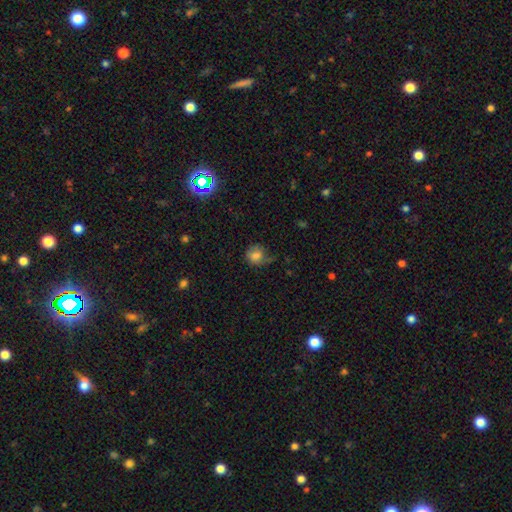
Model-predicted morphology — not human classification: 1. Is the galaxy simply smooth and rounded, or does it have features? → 77% smooth, 13% featured or disk, 10% star or artifact.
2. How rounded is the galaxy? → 74% round, 25% in between, 1% cigar-shaped.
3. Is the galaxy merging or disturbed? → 46% none, 33% minor disturbance, 19% major disturbance, 2% merger.